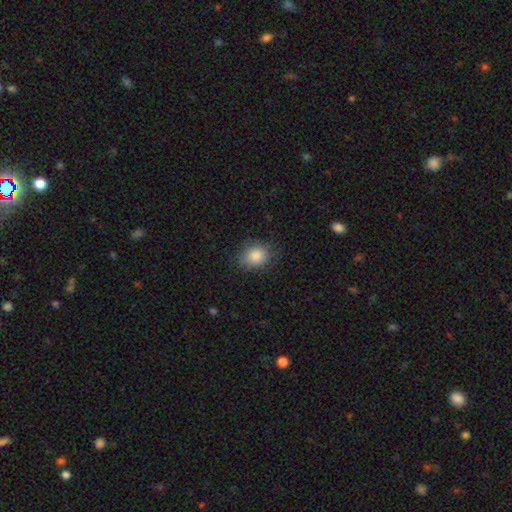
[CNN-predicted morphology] smooth-or-featured: smooth: 86% | star or artifact: 8% | featured or disk: 5%
  how-rounded: in between: 57% | round: 42% | cigar-shaped: 1%
  merging: none: 80% | minor disturbance: 15% | major disturbance: 4% | merger: 1%